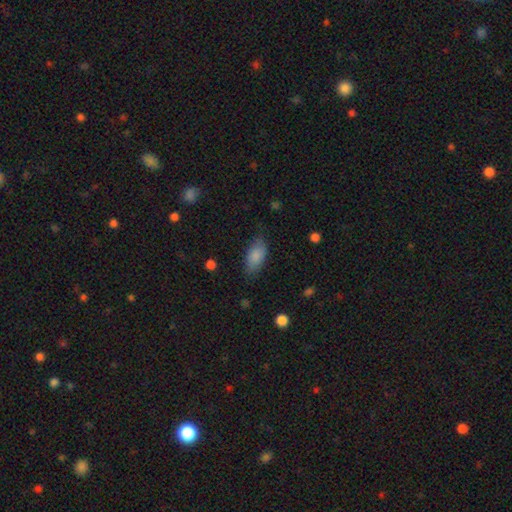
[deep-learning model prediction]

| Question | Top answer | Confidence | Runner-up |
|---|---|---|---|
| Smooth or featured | smooth | 85% | featured or disk (8%) |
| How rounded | in between | 90% | cigar-shaped (7%) |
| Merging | none | 76% | minor disturbance (18%) |